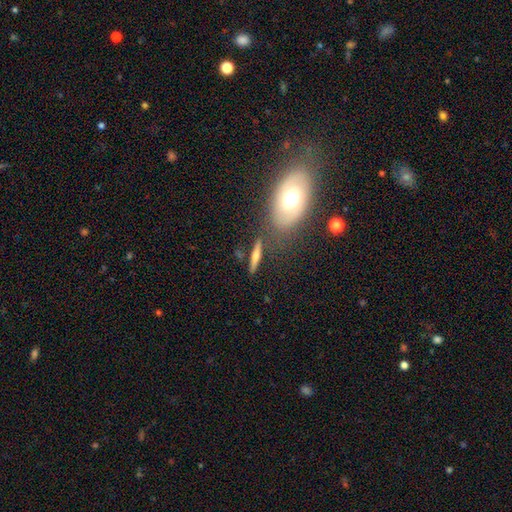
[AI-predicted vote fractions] This is possibly a featured or disk galaxy (46%). Merging: likely none (77%).